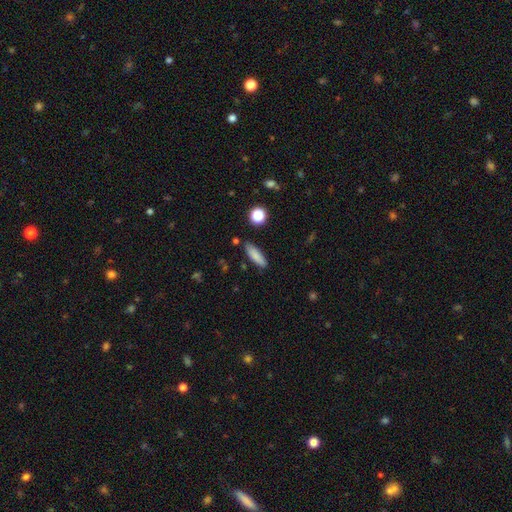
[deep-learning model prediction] A smooth galaxy with no disk features (84%) that is cigar-shaped (54%). Merging: none (83%).